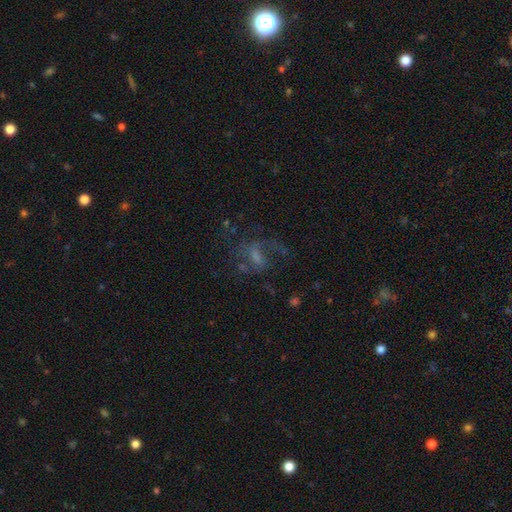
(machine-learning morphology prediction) This is possibly a featured or disk galaxy (56%). It is clearly not viewed edge-on (96%). Bar: marginally weak (45%). Spiral arm pattern: likely yes (65%). Central bulge: marginally small (33%). Merging: marginally none (41%).